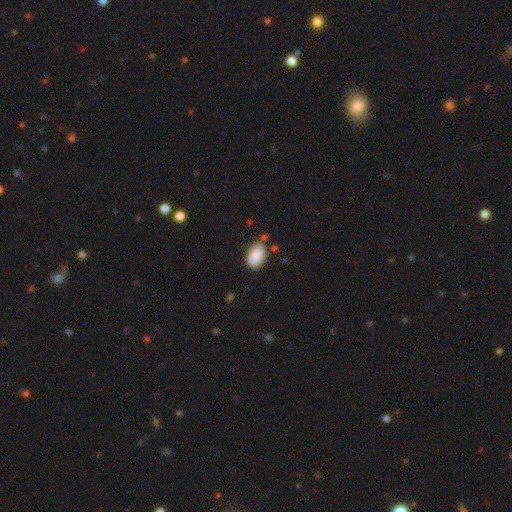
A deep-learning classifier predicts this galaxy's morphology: Q: Smooth or featured?
A: smooth (85%); runner-up: featured or disk (8%)
Q: How rounded?
A: in between (90%); runner-up: round (8%)
Q: Merging?
A: none (68%); runner-up: minor disturbance (22%)